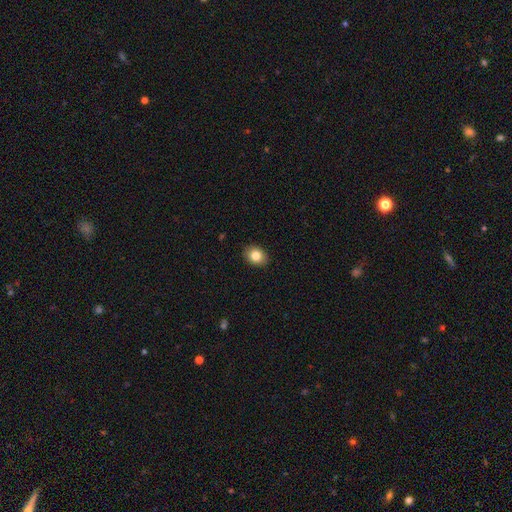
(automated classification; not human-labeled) Morphology: type=smooth (83%); roundness=in between (57%); merging=none (89%).